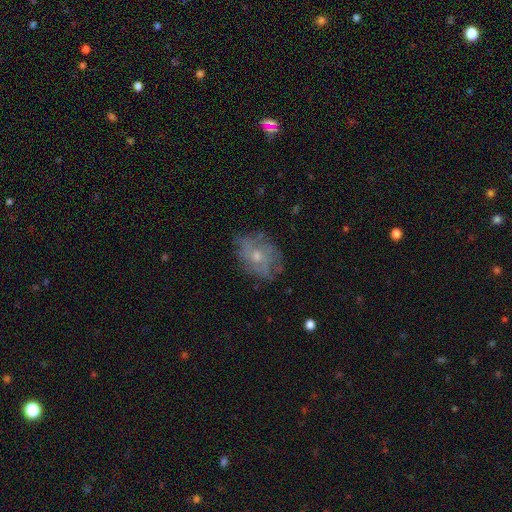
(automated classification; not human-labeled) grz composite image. It shows a featured or disk galaxy (53%) with no bar (85%), no spiral arms (53%) and a moderate central bulge (48%). Merging: none (68%).